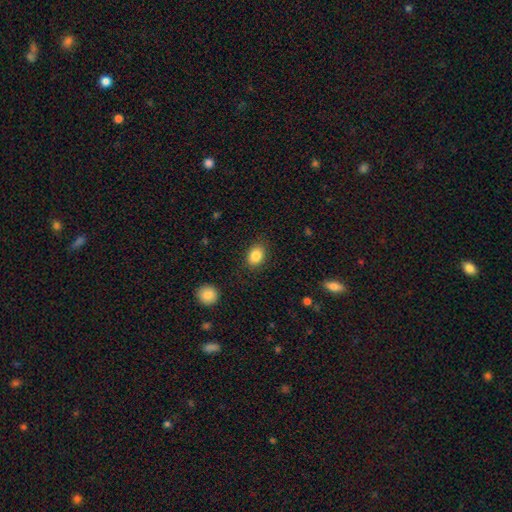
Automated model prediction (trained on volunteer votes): This appears to be a smooth galaxy with no disk features (85%) that is in between round and cigar-shaped (66%). Merging: none (85%).